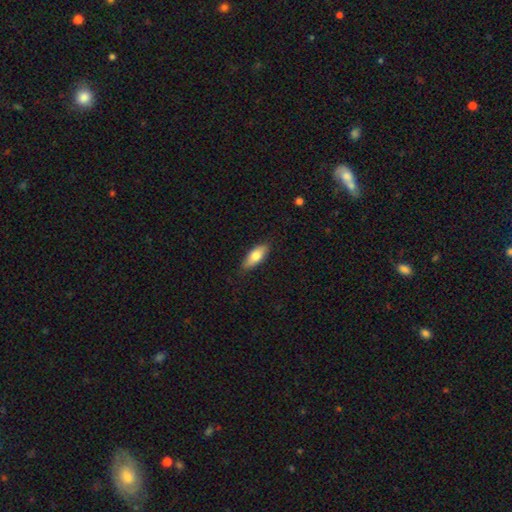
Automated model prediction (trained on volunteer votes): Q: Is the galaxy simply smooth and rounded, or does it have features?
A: smooth — 78%.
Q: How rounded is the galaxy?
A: in between — 79%.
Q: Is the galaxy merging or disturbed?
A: none — 84%.